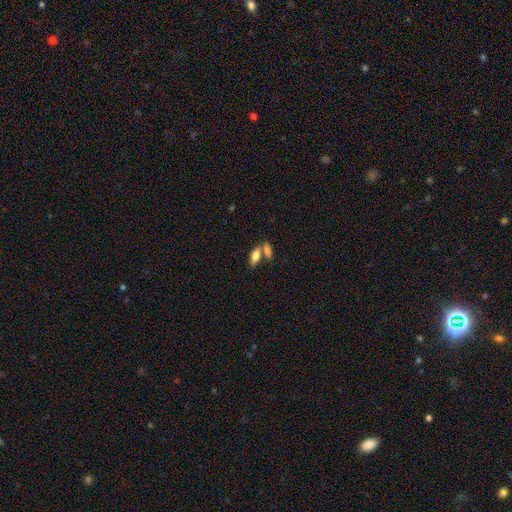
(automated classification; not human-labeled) Smooth or featured? smooth (74%)
How rounded? in between (75%)
Merging? none (53%)